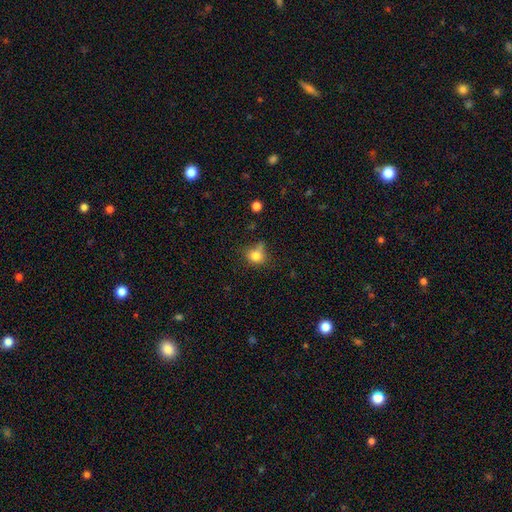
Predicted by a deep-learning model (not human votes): This appears to be a smooth galaxy with no disk features (79%) that is round (72%). Merging: none (54%).